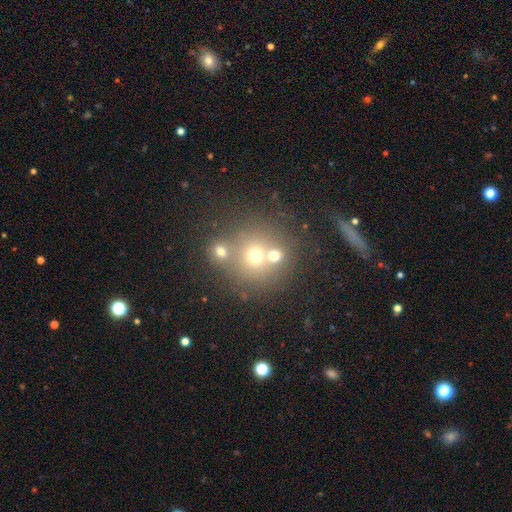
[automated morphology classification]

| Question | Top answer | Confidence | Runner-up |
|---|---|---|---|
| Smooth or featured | smooth | 60% | star or artifact (20%) |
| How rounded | round | 89% | in between (10%) |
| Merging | none | 51% | merger (37%) |